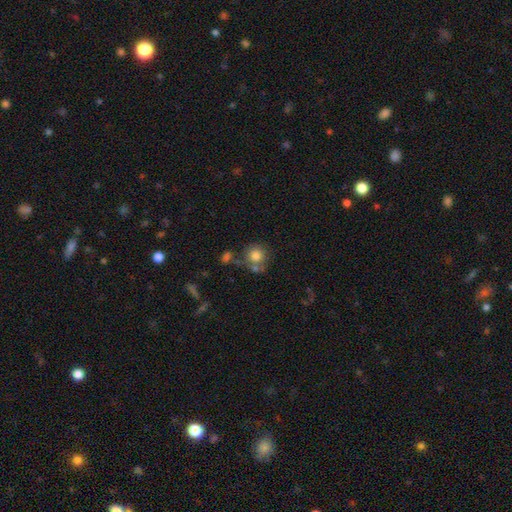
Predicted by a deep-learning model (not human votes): Q: Smooth or featured?
A: smooth (79%); runner-up: featured or disk (11%)
Q: How rounded?
A: round (87%); runner-up: in between (12%)
Q: Merging?
A: none (56%); runner-up: merger (22%)